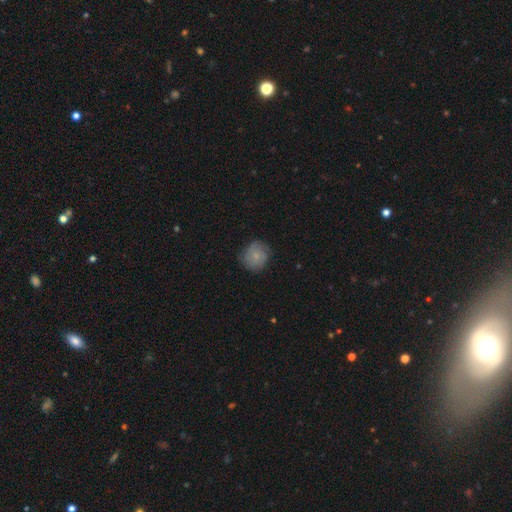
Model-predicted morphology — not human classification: smooth 67%, featured or disk 26%, star or artifact 8%. Down the decision tree: how rounded — round (86%); merging — none (76%).